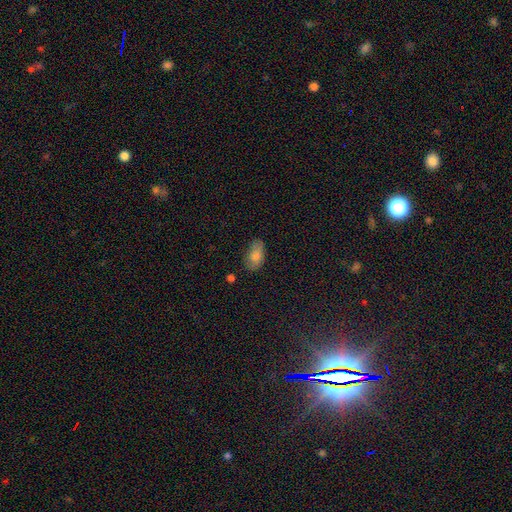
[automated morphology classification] smooth 79%, featured or disk 13%, star or artifact 8%. Down the decision tree: how rounded — in between (92%); merging — none (68%).